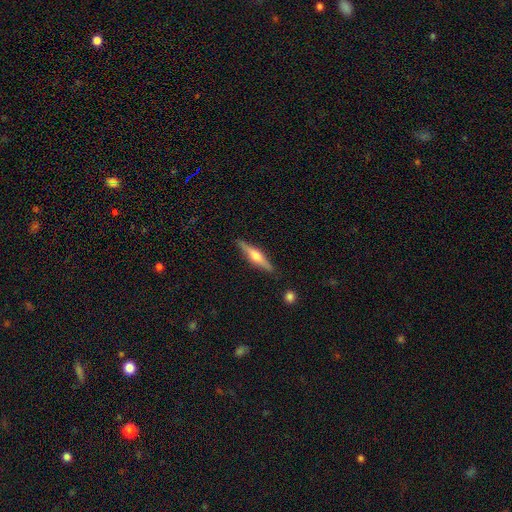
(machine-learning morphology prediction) smooth_or_featured: featured or disk (p=0.63) [alt: smooth p=0.31]
disk_edge_on: yes (p=0.97) [alt: no p=0.03]
edge_on_bulge: rounded (p=0.89) [alt: boxy p=0.07]
merging: none (p=0.88) [alt: minor disturbance p=0.09]